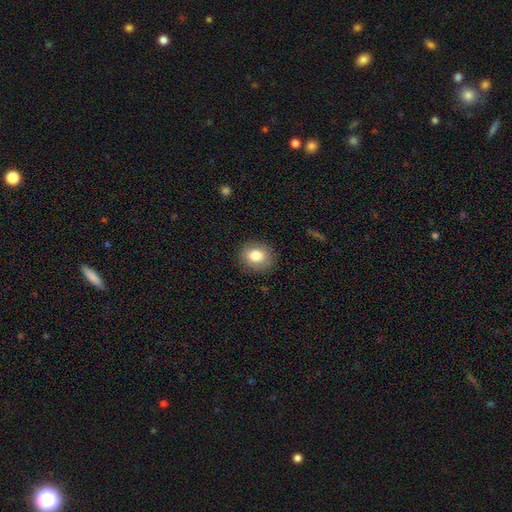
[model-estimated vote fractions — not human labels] A smooth galaxy with no disk features (81%) that is round (68%). Merging: none (88%).